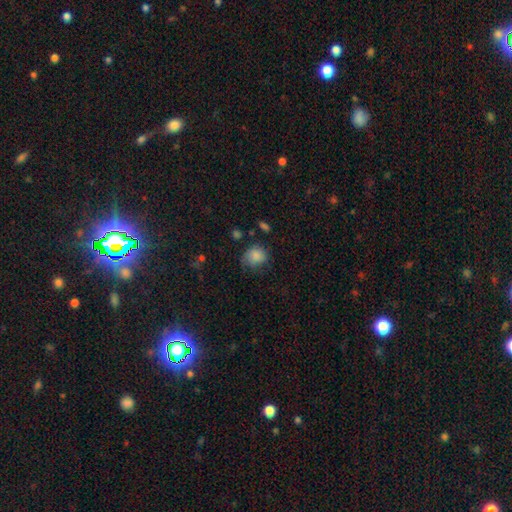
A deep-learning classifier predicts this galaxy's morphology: Smooth or featured? Predicted: smooth (p=0.84). How rounded? Predicted: round (p=0.71). Merging? Predicted: none (p=0.56).